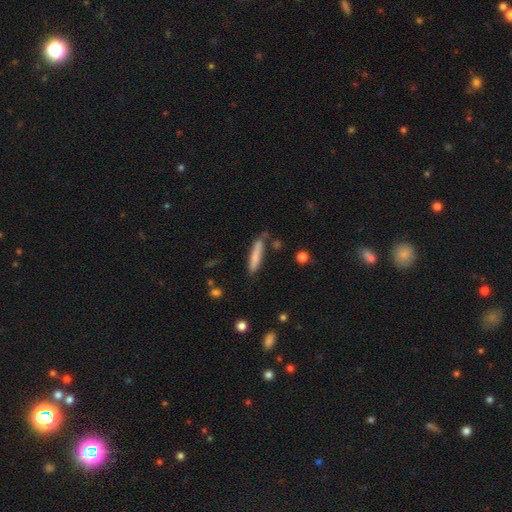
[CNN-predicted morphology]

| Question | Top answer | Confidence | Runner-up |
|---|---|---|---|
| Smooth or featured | smooth | 76% | featured or disk (17%) |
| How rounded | cigar-shaped | 88% | in between (11%) |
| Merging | none | 72% | minor disturbance (18%) |